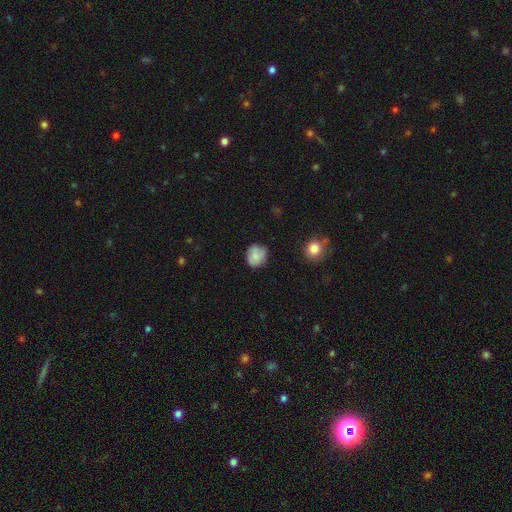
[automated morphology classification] smooth_or_featured: smooth (p=0.77) [alt: featured or disk p=0.15]
how_rounded: round (p=0.71) [alt: in between p=0.28]
merging: none (p=0.71) [alt: minor disturbance p=0.22]